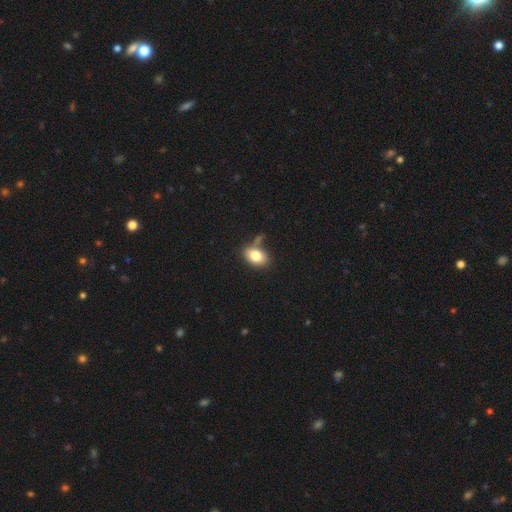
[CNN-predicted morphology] smooth_or_featured: smooth (p=0.81) [alt: featured or disk p=0.11]
how_rounded: in between (p=0.84) [alt: round p=0.14]
merging: none (p=0.64) [alt: minor disturbance p=0.18]